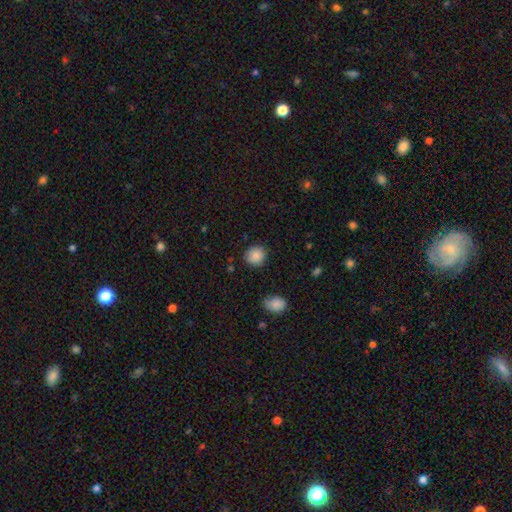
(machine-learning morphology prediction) This is clearly a smooth galaxy (87%). How rounded: clearly round (85%). Merging: clearly none (86%).